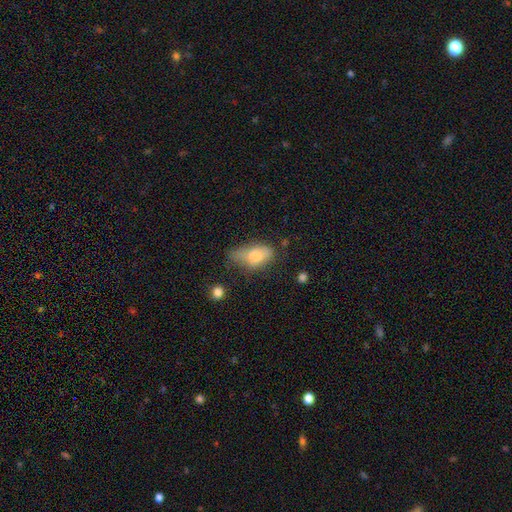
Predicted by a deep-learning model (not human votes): smooth-or-featured: smooth: 77% | featured or disk: 14% | star or artifact: 8%
  how-rounded: in between: 90% | round: 6% | cigar-shaped: 5%
  merging: minor disturbance: 38% | none: 30% | major disturbance: 25% | merger: 7%